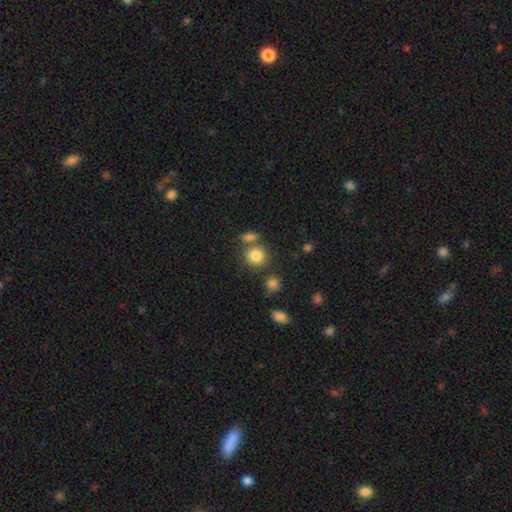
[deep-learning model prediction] This is clearly a smooth galaxy (82%). How rounded: clearly round (85%). Merging: likely none (65%).